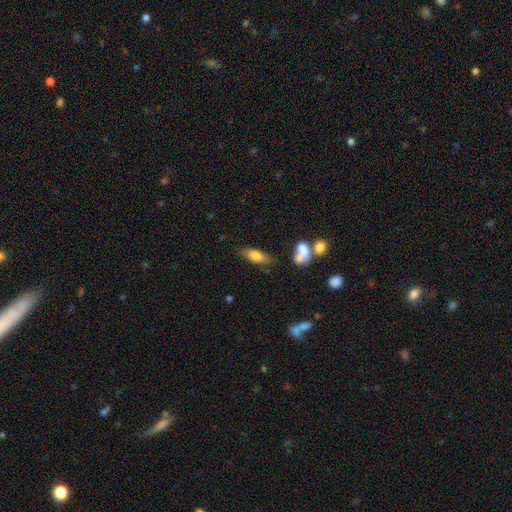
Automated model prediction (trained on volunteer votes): Overall: smooth (71%). How rounded: in between (64%; cigar-shaped 32%). Merging: none (74%).